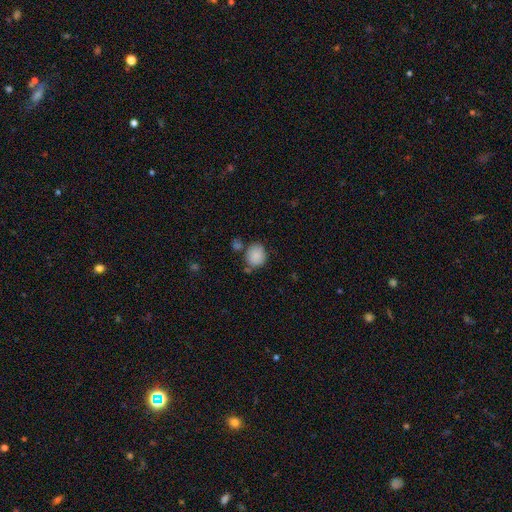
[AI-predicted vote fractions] This is clearly a smooth galaxy (87%). How rounded: likely round (75%). Merging: likely none (68%).